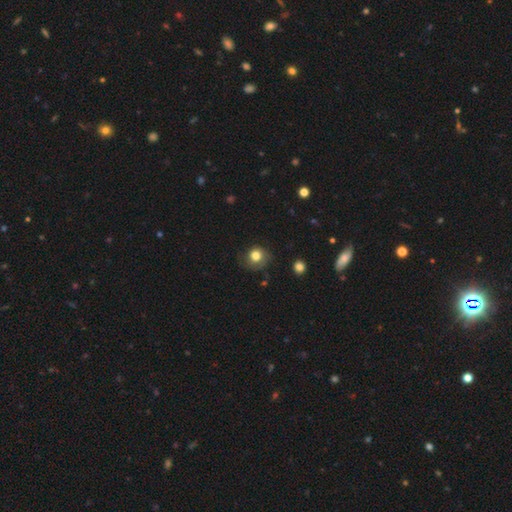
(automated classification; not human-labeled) This appears to be a smooth galaxy with no disk features (78%) that is round (81%). Merging: none (67%).